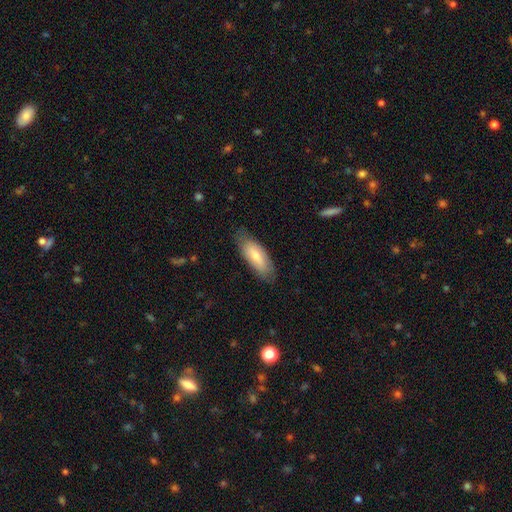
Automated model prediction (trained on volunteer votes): Smooth or featured?
  - smooth: 74% *
  - featured or disk: 20%
  - star or artifact: 6%
How rounded?
  - in between: 72% *
  - cigar-shaped: 26%
  - round: 2%
Merging?
  - none: 78% *
  - minor disturbance: 18%
  - major disturbance: 4%
  - merger: 1%